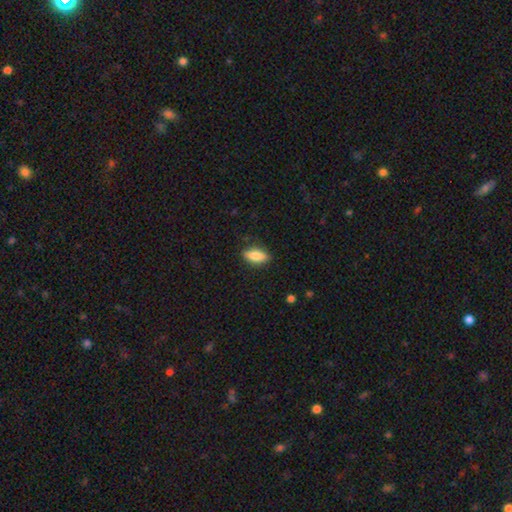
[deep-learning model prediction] This appears to be a smooth galaxy with no disk features (83%) that is in between round and cigar-shaped (80%). Merging: none (84%).